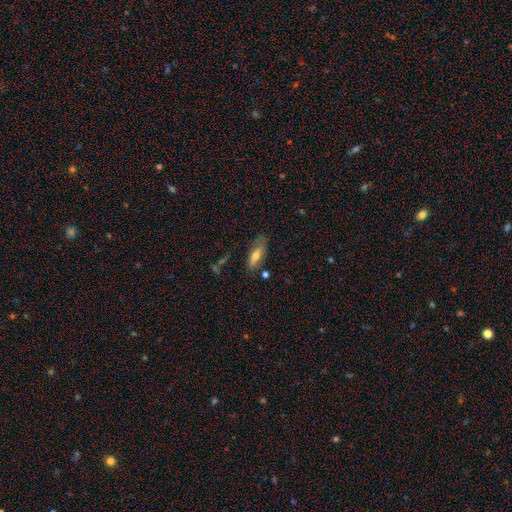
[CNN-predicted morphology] This is possibly a smooth galaxy (56%). How rounded: possibly in between (57%). Merging: likely none (71%).